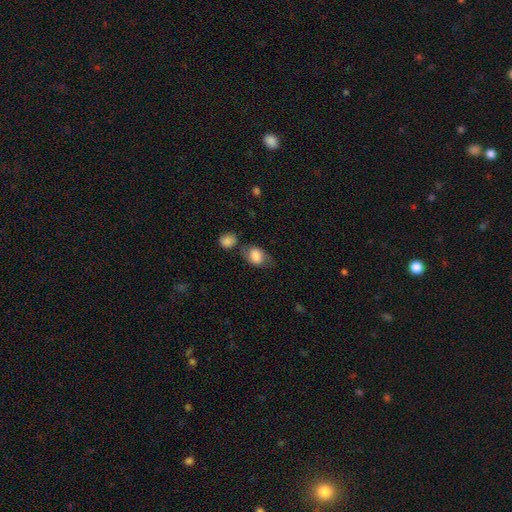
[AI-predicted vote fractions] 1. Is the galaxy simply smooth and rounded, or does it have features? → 80% smooth, 12% featured or disk, 7% star or artifact.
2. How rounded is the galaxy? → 72% in between, 26% round, 1% cigar-shaped.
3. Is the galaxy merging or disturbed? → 50% none, 24% minor disturbance, 16% merger, 10% major disturbance.